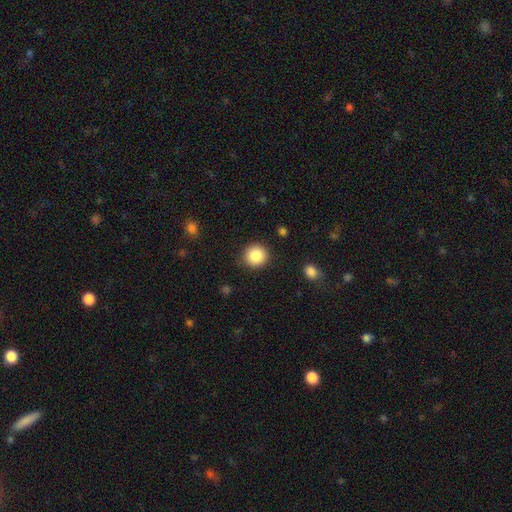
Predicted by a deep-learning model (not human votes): A smooth galaxy with no disk features (87%) that is round (93%). Merging: none (89%).